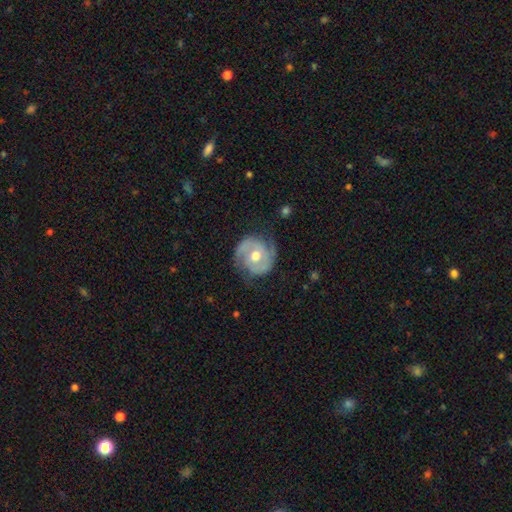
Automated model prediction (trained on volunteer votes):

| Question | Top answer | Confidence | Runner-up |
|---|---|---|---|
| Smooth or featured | featured or disk | 80% | smooth (14%) |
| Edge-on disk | no | 98% | yes (2%) |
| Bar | no | 64% | weak (29%) |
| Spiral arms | yes | 92% | no (8%) |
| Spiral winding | tight | 50% | medium (38%) |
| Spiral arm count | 2 | 84% | can't tell (7%) |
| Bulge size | moderate | 80% | small (12%) |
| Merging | none | 76% | minor disturbance (17%) |